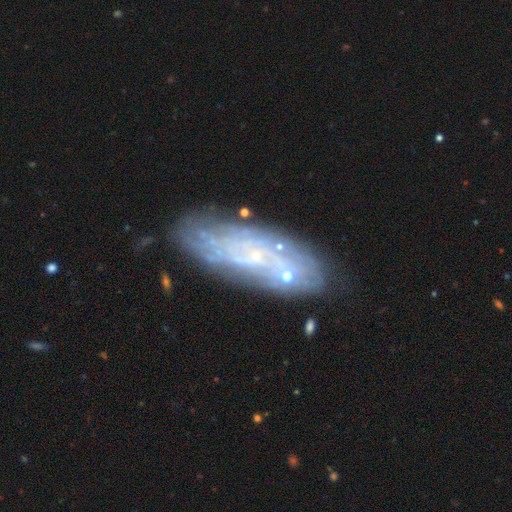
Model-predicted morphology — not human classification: Smooth or featured? Predicted: featured or disk (p=0.66). Edge-on disk? Predicted: no (p=0.82). Bar? Predicted: no (p=0.78). Spiral arms? Predicted: yes (p=0.61). Bulge size? Predicted: small (p=0.68). Merging? Predicted: none (p=0.72).